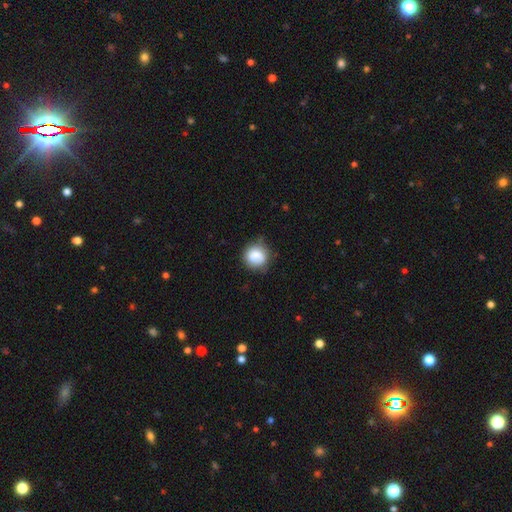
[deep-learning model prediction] Q: Smooth or featured?
A: smooth (81%); runner-up: featured or disk (11%)
Q: How rounded?
A: round (85%); runner-up: in between (14%)
Q: Merging?
A: none (66%); runner-up: minor disturbance (26%)